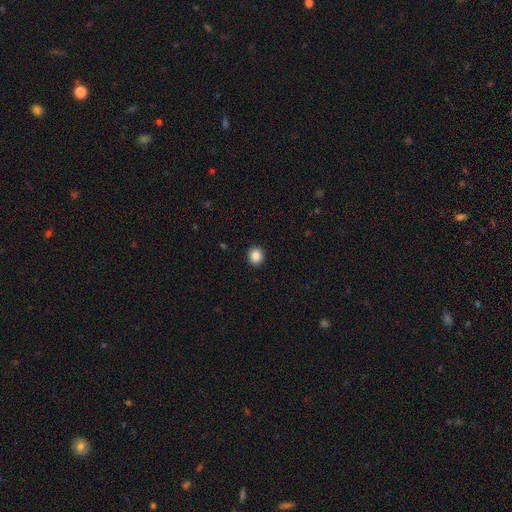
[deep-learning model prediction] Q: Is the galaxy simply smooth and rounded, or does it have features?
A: smooth — 87%.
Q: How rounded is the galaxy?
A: round — 86%.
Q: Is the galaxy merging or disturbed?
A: none — 92%.